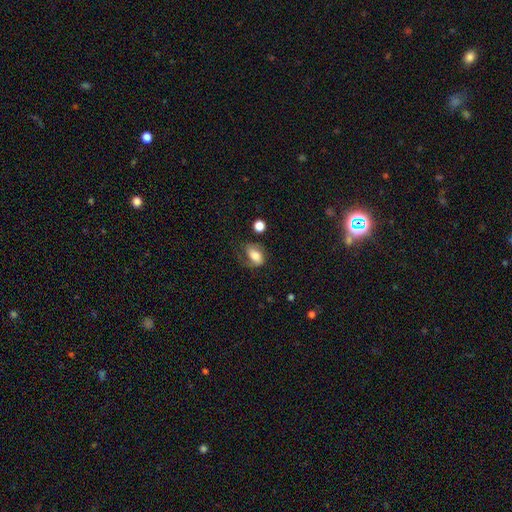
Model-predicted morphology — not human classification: A smooth galaxy with no disk features (58%) that is in between round and cigar-shaped (84%). Merging: none (44%).